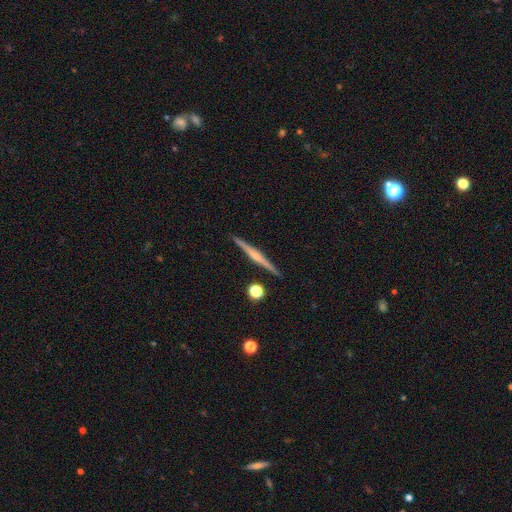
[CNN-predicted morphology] This is likely a featured or disk galaxy (76%). It is clearly viewed edge-on (98%). Edge-on bulge: likely rounded (71%). Merging: clearly none (91%).